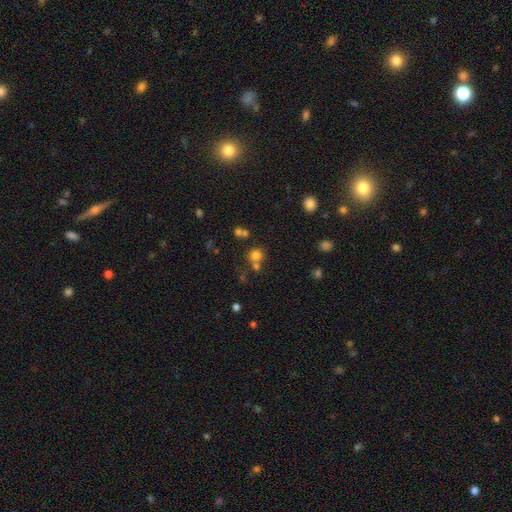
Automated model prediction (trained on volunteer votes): This appears to be a smooth galaxy with no disk features (73%) that is round (89%). Merging: none (65%).